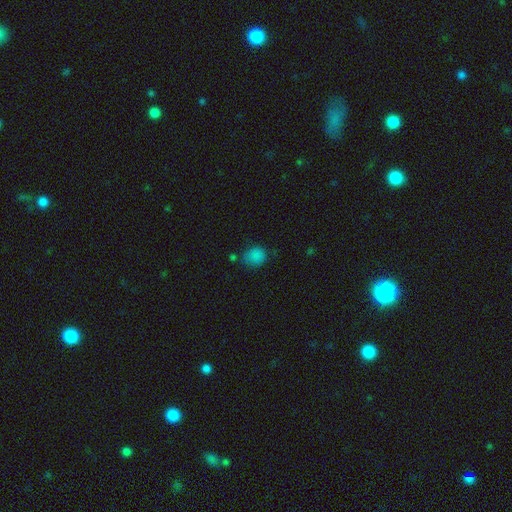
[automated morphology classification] This appears to be a smooth galaxy with no disk features (83%) that is round (72%). Merging: none (66%).